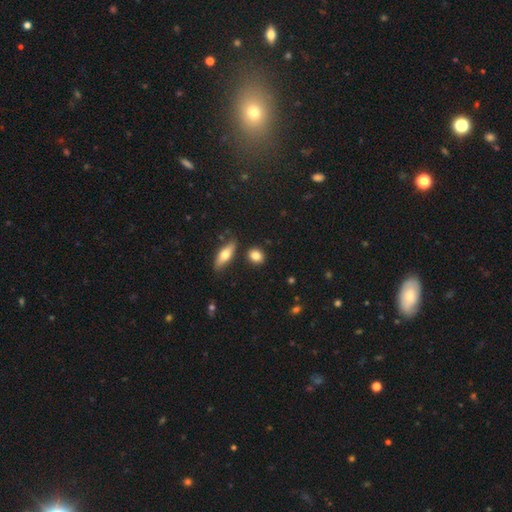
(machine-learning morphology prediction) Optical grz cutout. It shows a smooth galaxy with no disk features (83%) that is round (61%). Merging: none (83%).